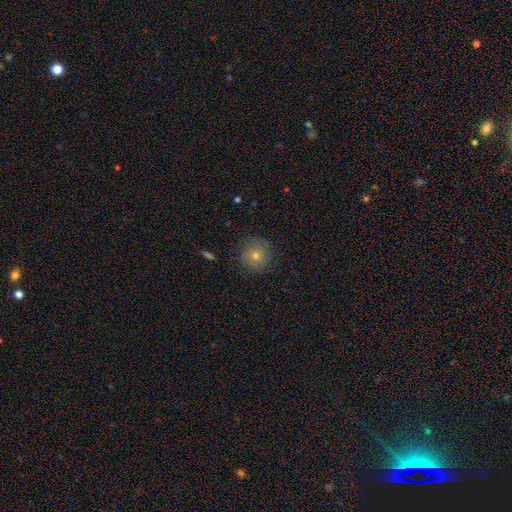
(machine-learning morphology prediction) smooth 62%, featured or disk 22%, star or artifact 16%. Down the decision tree: how rounded — round (94%); merging — none (85%).